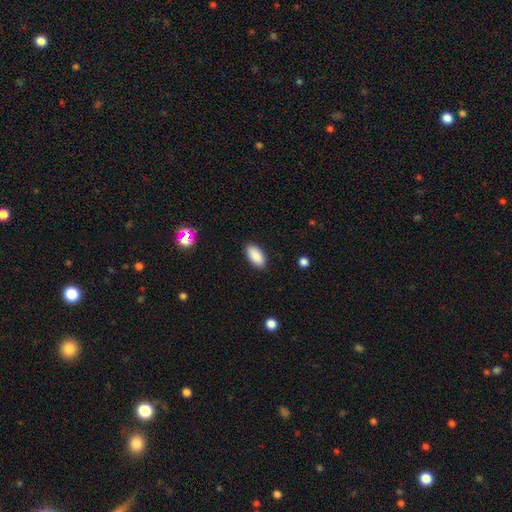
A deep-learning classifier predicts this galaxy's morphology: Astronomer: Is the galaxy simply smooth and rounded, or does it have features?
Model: smooth — 90%.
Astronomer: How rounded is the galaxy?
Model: in between — 94%.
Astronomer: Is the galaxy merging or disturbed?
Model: none — 89%.